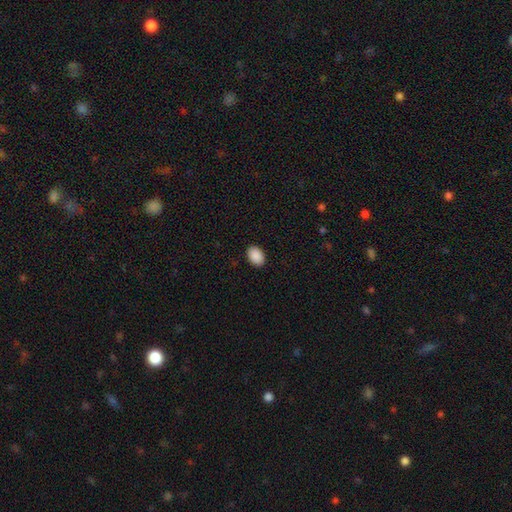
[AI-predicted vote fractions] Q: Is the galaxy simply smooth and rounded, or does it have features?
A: smooth — 91%.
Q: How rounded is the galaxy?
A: in between — 84%.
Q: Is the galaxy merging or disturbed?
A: none — 90%.